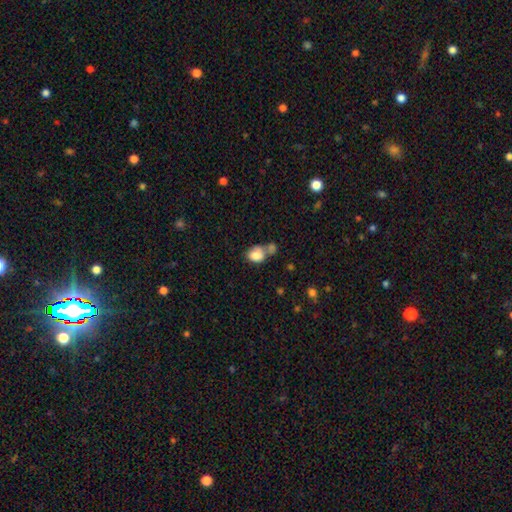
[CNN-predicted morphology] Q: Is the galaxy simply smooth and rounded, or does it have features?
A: smooth — 82%.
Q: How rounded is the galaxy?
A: in between — 59%.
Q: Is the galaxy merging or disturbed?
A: merger — 46%.